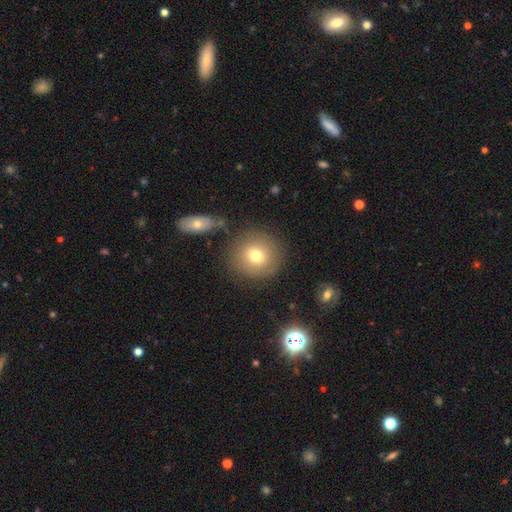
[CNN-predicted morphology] This appears to be a smooth galaxy with no disk features (73%) that is round (92%). Merging: none (81%).